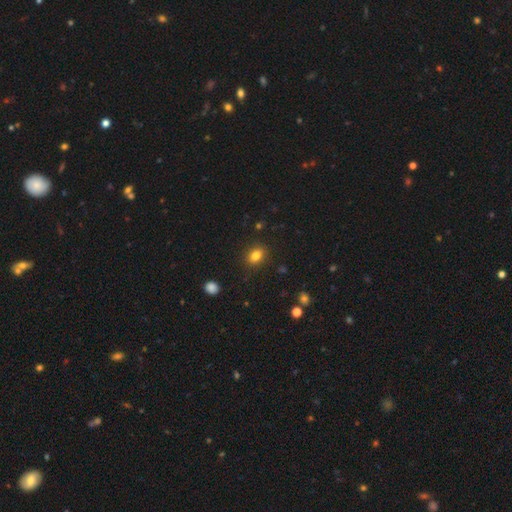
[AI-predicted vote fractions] smooth 82%, star or artifact 11%, featured or disk 7%. Down the decision tree: how rounded — in between (58%); merging — none (88%).